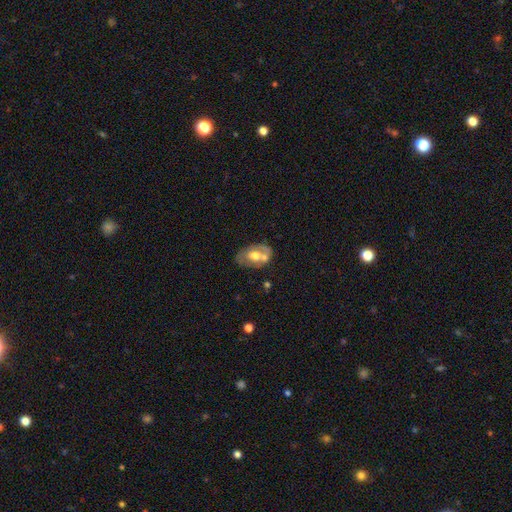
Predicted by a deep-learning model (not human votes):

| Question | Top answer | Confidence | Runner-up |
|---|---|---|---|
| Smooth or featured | featured or disk | 48% | smooth (45%) |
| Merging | none | 47% | merger (23%) |